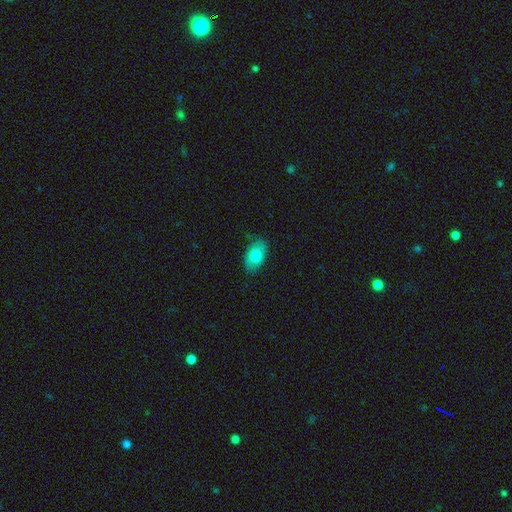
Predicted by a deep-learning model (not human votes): smooth-or-featured: smooth: 78% | featured or disk: 15% | star or artifact: 7%
  how-rounded: in between: 92% | round: 7% | cigar-shaped: 1%
  merging: none: 81% | minor disturbance: 16% | major disturbance: 3% | merger: 1%